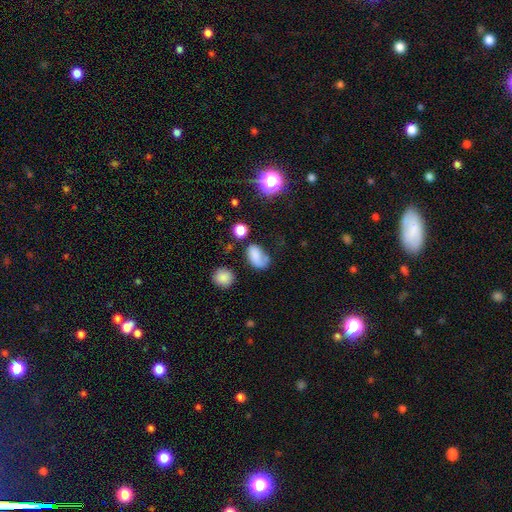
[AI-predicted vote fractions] Morphology: type=smooth (72%); roundness=in between (85%); merging=none (44%).